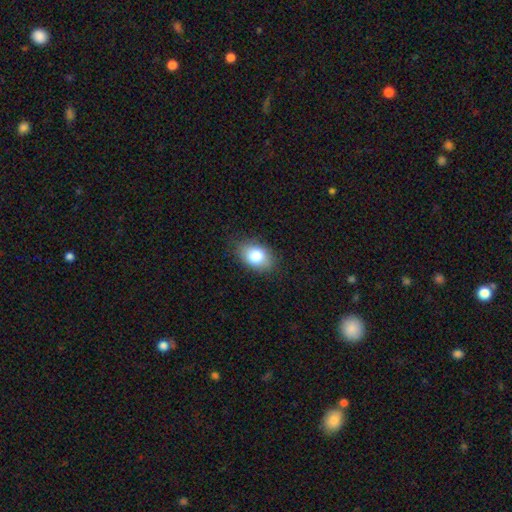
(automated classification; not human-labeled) A smooth galaxy with no disk features (83%) that is in between round and cigar-shaped (84%). Merging: none (81%).